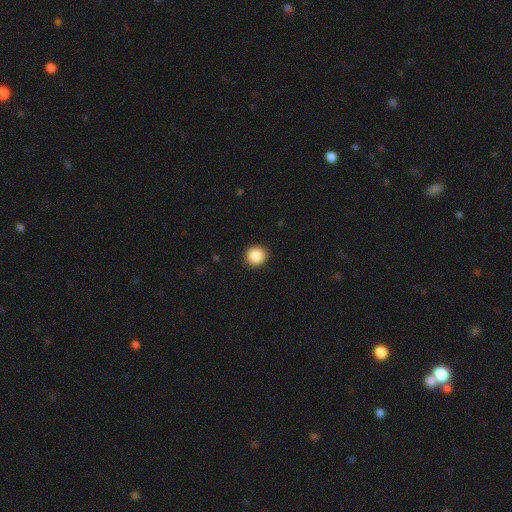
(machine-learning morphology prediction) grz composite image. It shows a smooth galaxy with no disk features (87%) that is round (92%). Merging: none (93%).